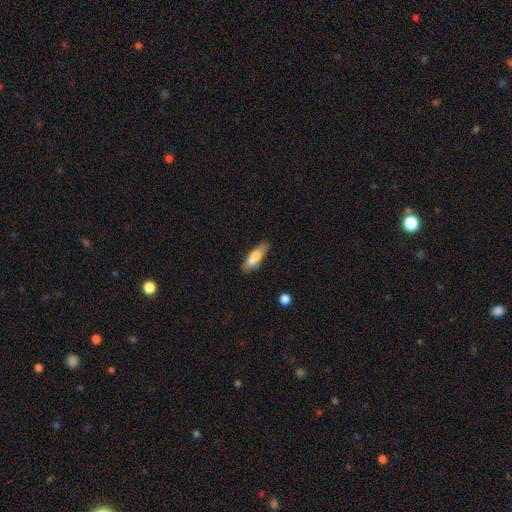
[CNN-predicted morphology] Smooth or featured? smooth (72%)
How rounded? in between (49%, tied with cigar-shaped)
Merging? none (64%)